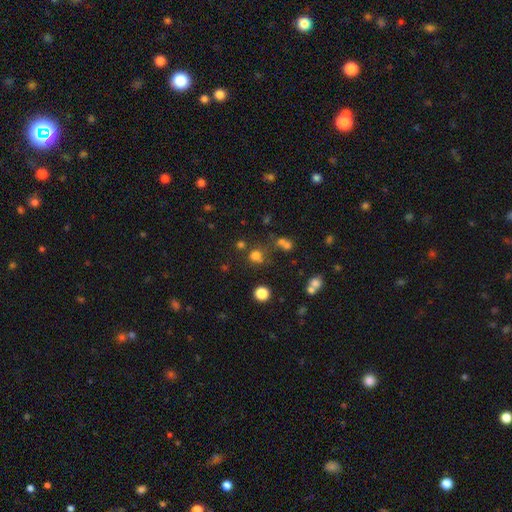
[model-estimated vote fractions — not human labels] Morphology: type=smooth (73%); roundness=round (88%); merging=none (69%).